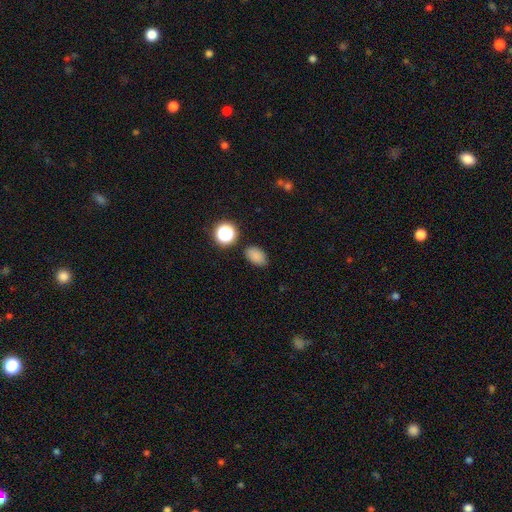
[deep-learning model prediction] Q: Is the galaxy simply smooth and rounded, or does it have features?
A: smooth — 83%.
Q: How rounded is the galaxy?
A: in between — 84%.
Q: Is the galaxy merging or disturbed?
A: none — 83%.